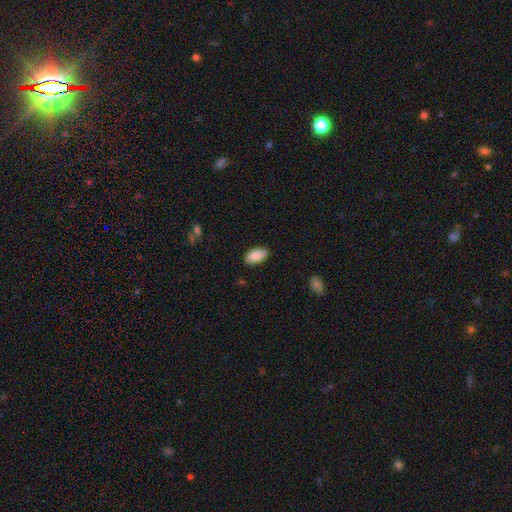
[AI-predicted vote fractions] Overall: smooth (88%). How rounded: in between (95%). Merging: none (85%).